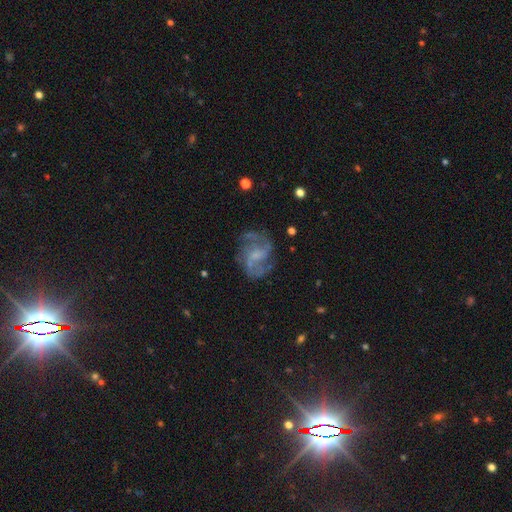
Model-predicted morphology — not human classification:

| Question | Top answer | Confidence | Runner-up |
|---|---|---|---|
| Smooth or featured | featured or disk | 78% | smooth (13%) |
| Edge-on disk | no | 98% | yes (2%) |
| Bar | weak | 45% | no (44%) |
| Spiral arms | yes | 89% | no (11%) |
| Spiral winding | medium | 49% | loose (34%) |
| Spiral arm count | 2 | 44% | 3 (24%) |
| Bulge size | small | 39% | none (31%) |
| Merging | none | 66% | minor disturbance (18%) |